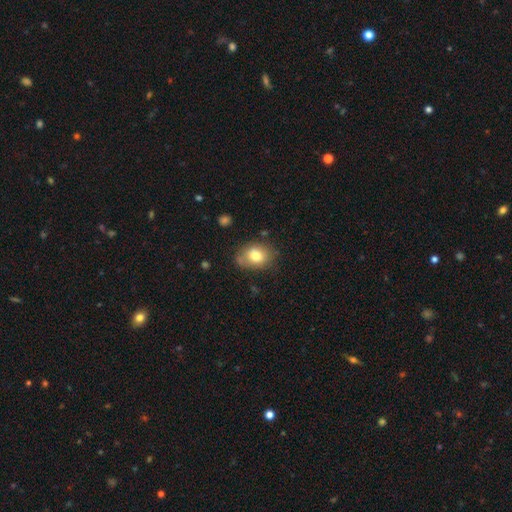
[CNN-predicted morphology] smooth-or-featured: smooth: 77% | featured or disk: 14% | star or artifact: 9%
  how-rounded: in between: 65% | round: 34% | cigar-shaped: 1%
  merging: none: 71% | minor disturbance: 20% | major disturbance: 5% | merger: 4%